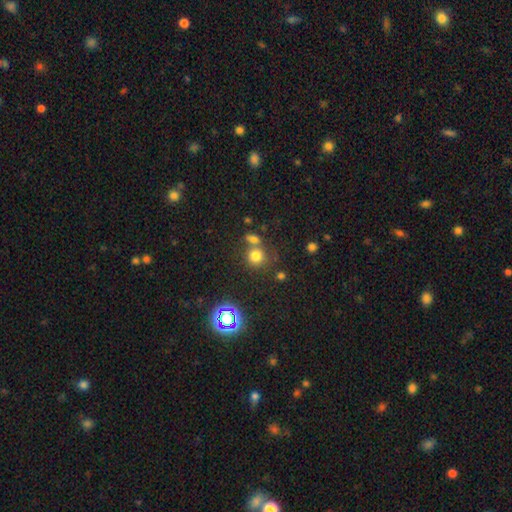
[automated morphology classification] A smooth galaxy with no disk features (74%) that is round (84%).

Vote fractions:
- Smooth or featured? smooth: 74% / star or artifact: 17% / featured or disk: 8%
- How rounded? round: 84% / in between: 15% / cigar-shaped: 1%
- Merging? none: 54% / merger: 31% / minor disturbance: 9% / major disturbance: 5%